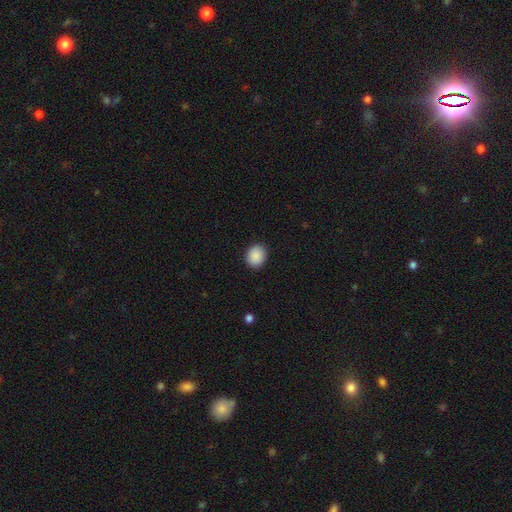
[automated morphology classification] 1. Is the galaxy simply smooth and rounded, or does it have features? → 90% smooth, 8% star or artifact, 3% featured or disk.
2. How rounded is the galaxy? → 61% round, 38% in between, 1% cigar-shaped.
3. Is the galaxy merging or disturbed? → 89% none, 8% minor disturbance, 2% major disturbance, 1% merger.